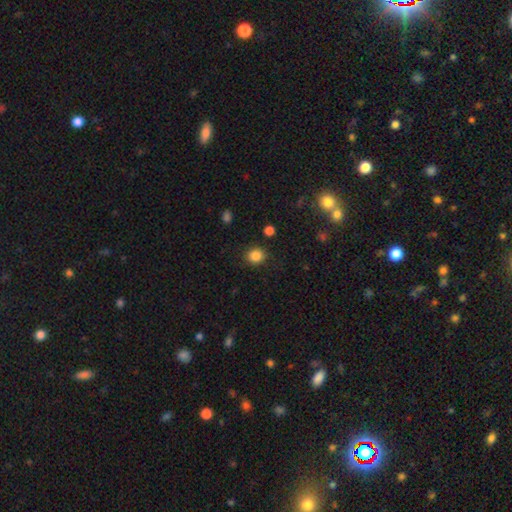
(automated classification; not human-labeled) This appears to be a smooth galaxy with no disk features (85%) that is round (81%). Merging: none (87%).